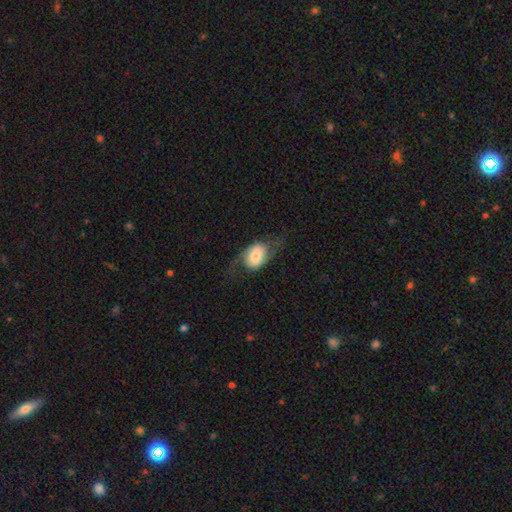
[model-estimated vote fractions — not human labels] Morphology: type=smooth (50%); roundness=in between (66%); merging=none (58%).